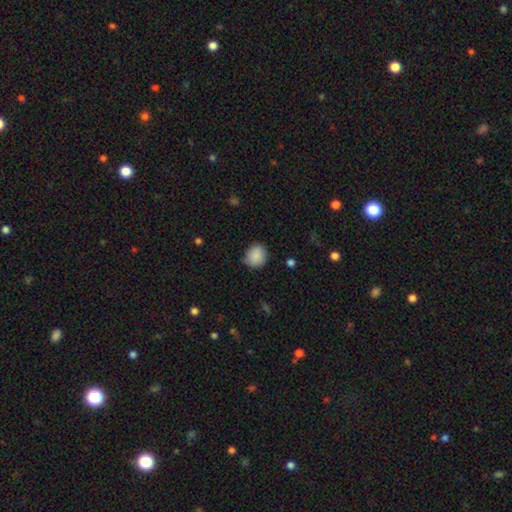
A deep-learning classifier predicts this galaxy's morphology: Smooth or featured? smooth (88%)
How rounded? round (78%)
Merging? none (77%)